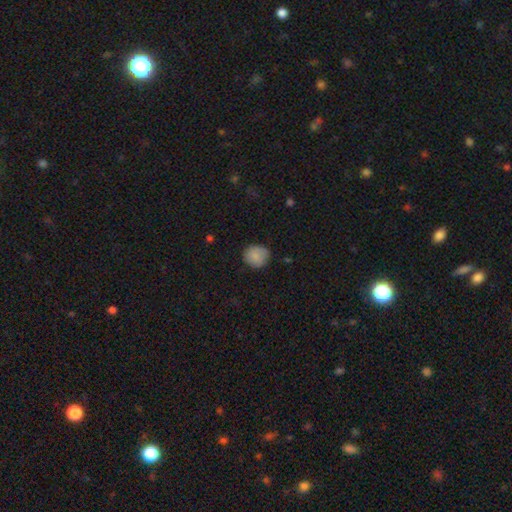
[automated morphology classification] Smooth or featured: smooth — 85% (star or artifact — 7%)
How rounded: round — 83% (in between — 16%)
Merging: none — 82% (minor disturbance — 14%)